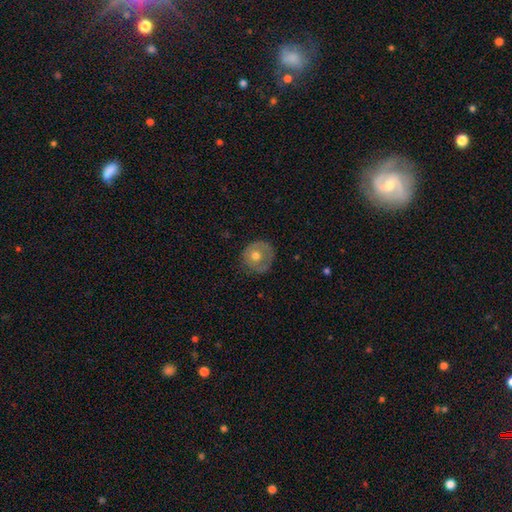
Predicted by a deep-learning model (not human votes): This appears to be a smooth galaxy with no disk features (55%) that is round (90%). Merging: none (76%).